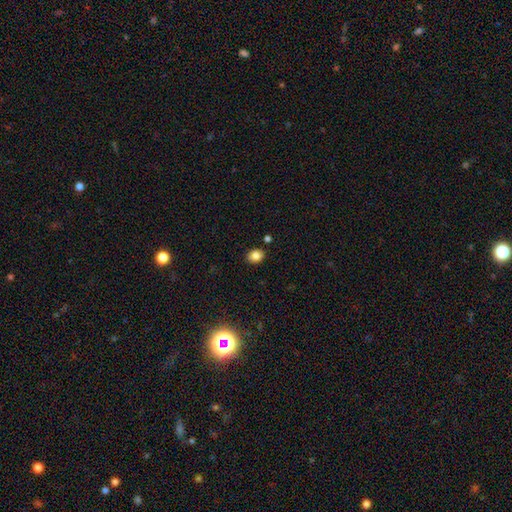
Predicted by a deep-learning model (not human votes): Overall: smooth (83%). How rounded: in between (50%; round 49%). Merging: none (87%).